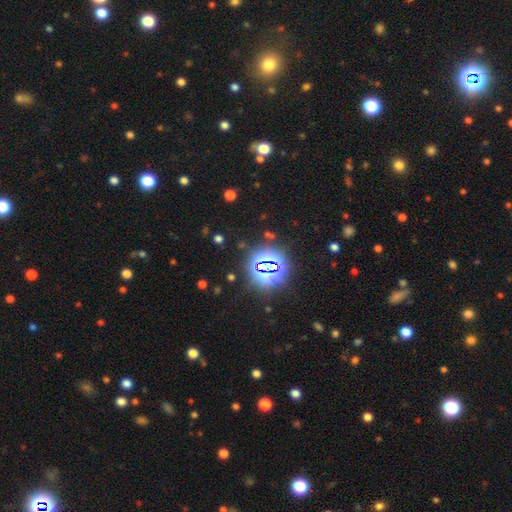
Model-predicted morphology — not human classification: type=star or artifact (79%).